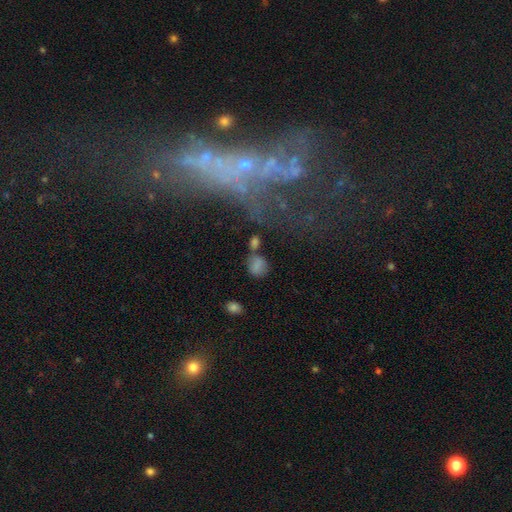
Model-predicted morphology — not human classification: This is possibly a featured or disk galaxy (51%). It is likely not viewed edge-on (79%). Merging: marginally major disturbance (38%).